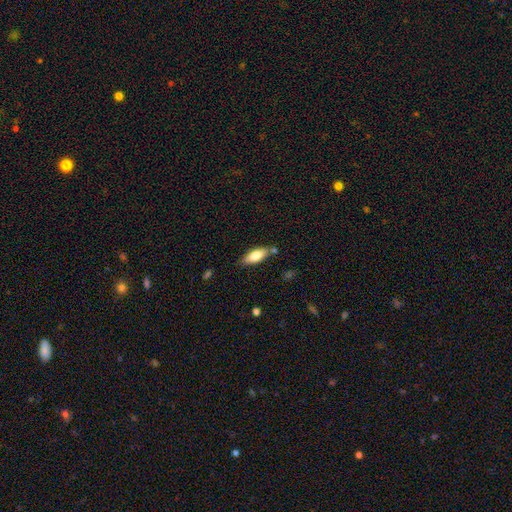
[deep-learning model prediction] Smooth or featured?
  - smooth: 73% *
  - featured or disk: 21%
  - star or artifact: 6%
How rounded?
  - in between: 70% *
  - cigar-shaped: 28%
  - round: 2%
Merging?
  - none: 76% *
  - minor disturbance: 15%
  - merger: 6%
  - major disturbance: 3%